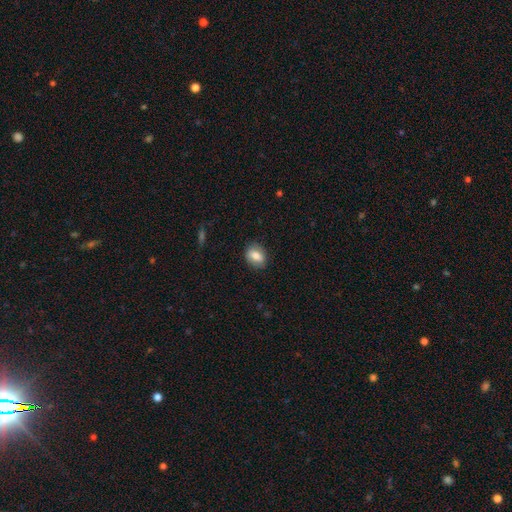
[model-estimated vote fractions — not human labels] smooth_or_featured: smooth (p=0.76) [alt: featured or disk p=0.16]
how_rounded: in between (p=0.68) [alt: round p=0.30]
merging: none (p=0.84) [alt: minor disturbance p=0.12]